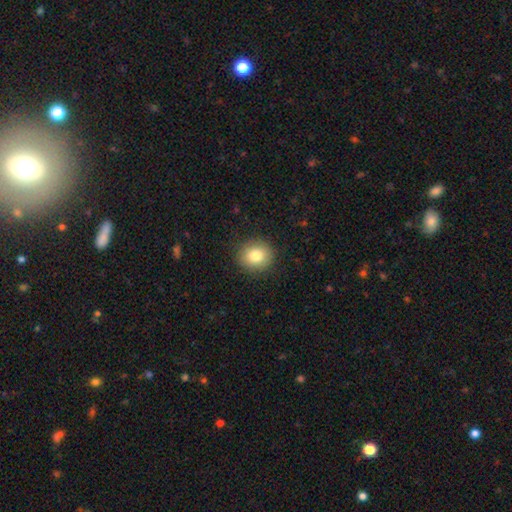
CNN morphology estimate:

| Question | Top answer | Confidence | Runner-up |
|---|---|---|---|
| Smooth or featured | smooth | 82% | star or artifact (10%) |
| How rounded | round | 84% | in between (15%) |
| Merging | none | 90% | minor disturbance (7%) |